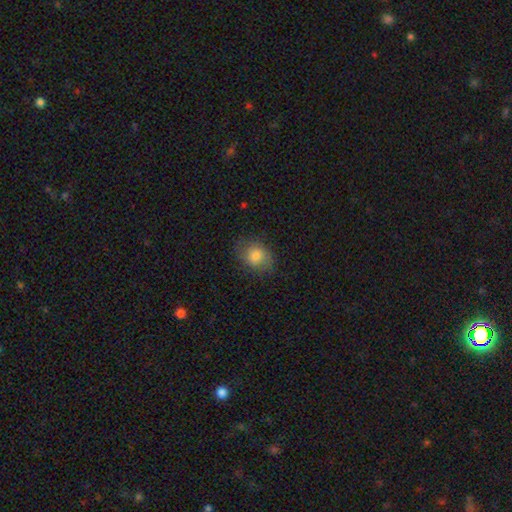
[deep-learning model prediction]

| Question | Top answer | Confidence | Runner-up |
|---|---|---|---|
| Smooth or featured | smooth | 77% | featured or disk (14%) |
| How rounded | in between | 54% | round (45%) |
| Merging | none | 71% | minor disturbance (20%) |